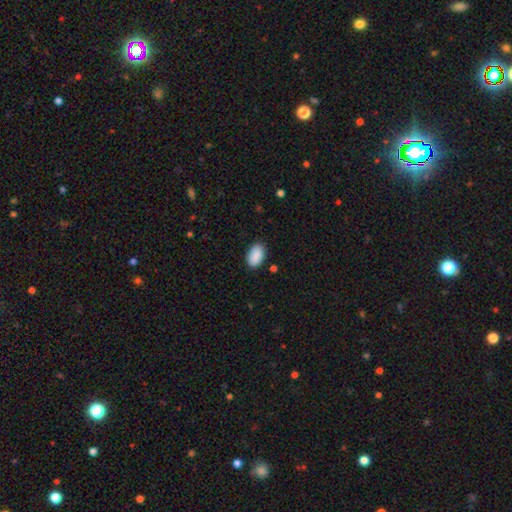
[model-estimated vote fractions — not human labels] A smooth galaxy with no disk features (91%) that is in between round and cigar-shaped (93%). Merging: none (86%).